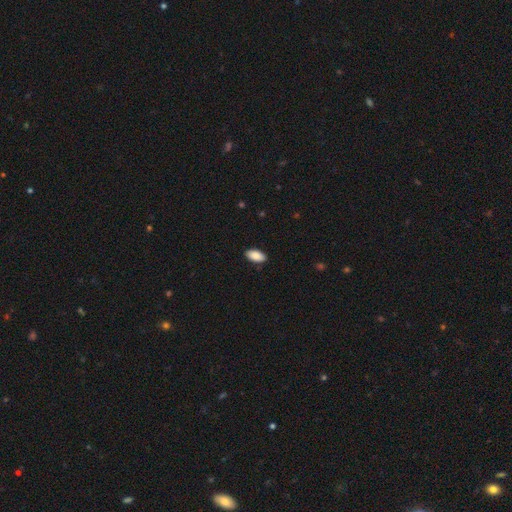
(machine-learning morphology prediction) The model was most divided on "merging": none: 88%, minor disturbance: 9%, major disturbance: 2%, merger: 1%. More confident: how rounded — in between (94%); smooth or featured — smooth (88%).